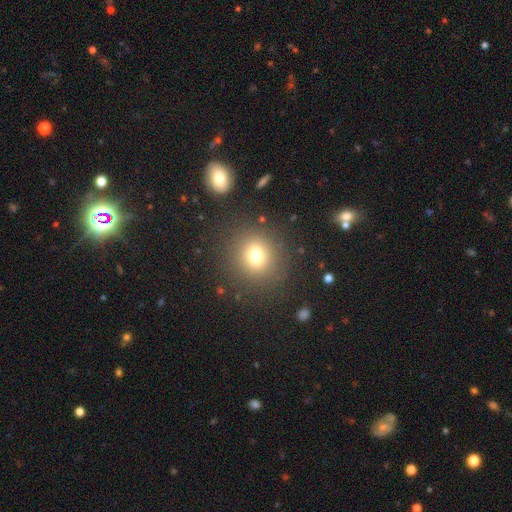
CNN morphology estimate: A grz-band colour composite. It shows a smooth galaxy with no disk features (74%) that is round (86%). Merging: none (86%).